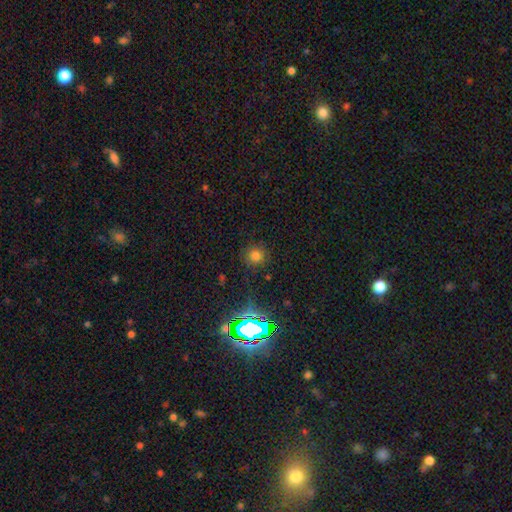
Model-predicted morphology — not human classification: Smooth or featured: smooth — 71% (star or artifact — 22%)
How rounded: round — 93% (in between — 6%)
Merging: none — 86% (minor disturbance — 9%)